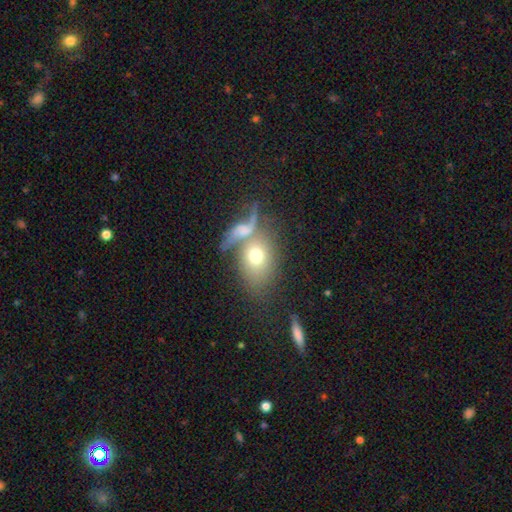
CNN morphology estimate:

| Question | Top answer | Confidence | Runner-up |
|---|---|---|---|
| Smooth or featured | smooth | 65% | featured or disk (25%) |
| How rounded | in between | 65% | round (33%) |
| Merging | merger | 44% | none (32%) |